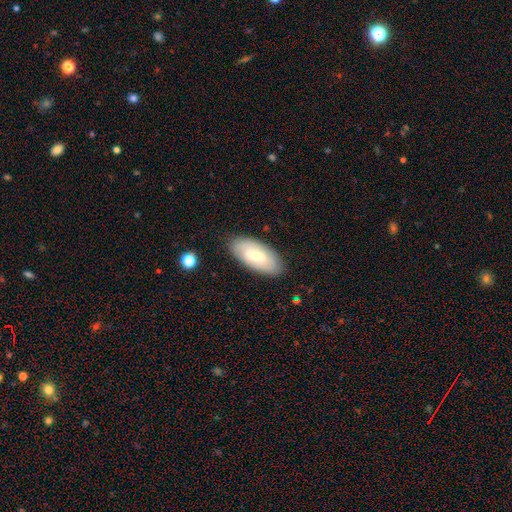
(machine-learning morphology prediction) The model was most divided on "smooth or featured": smooth: 50%, featured or disk: 44%, star or artifact: 6%. More confident: how rounded — in between (88%); merging — none (85%).